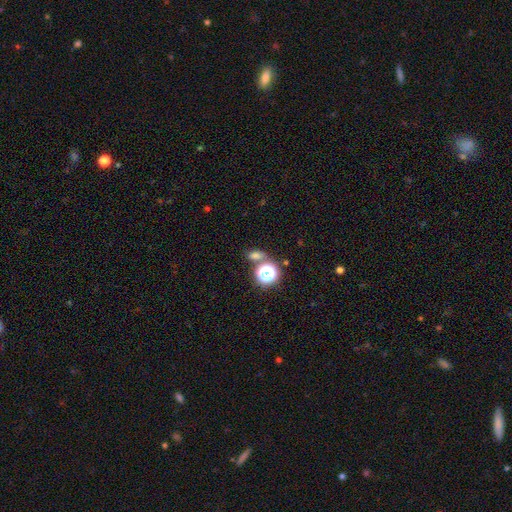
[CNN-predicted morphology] Q: Smooth or featured?
A: smooth (65%); runner-up: star or artifact (27%)
Q: How rounded?
A: in between (55%); runner-up: round (41%)
Q: Merging?
A: none (65%); runner-up: merger (20%)